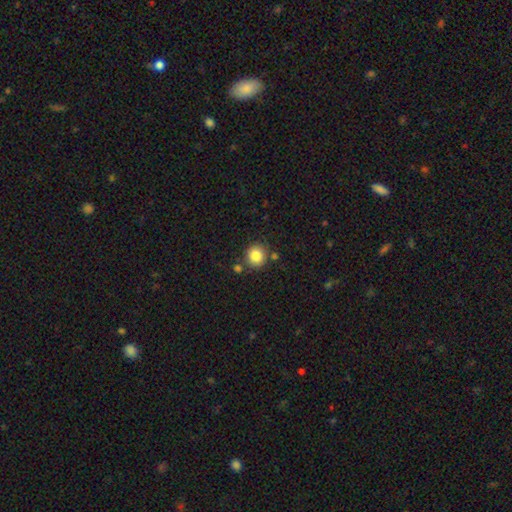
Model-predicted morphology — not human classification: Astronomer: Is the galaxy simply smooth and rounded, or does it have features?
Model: smooth — 85%.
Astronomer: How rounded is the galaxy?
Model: round — 88%.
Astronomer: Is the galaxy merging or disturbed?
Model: none — 79%.